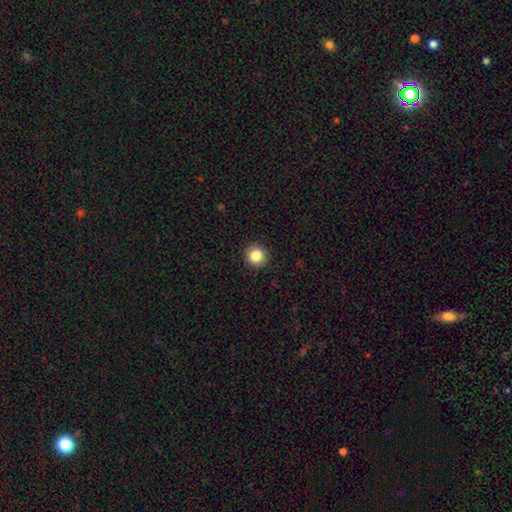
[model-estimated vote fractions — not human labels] Smooth or featured?
  - smooth: 86% *
  - star or artifact: 10%
  - featured or disk: 4%
How rounded?
  - round: 94% *
  - in between: 5%
  - cigar-shaped: 1%
Merging?
  - none: 93% *
  - minor disturbance: 5%
  - major disturbance: 2%
  - merger: 1%